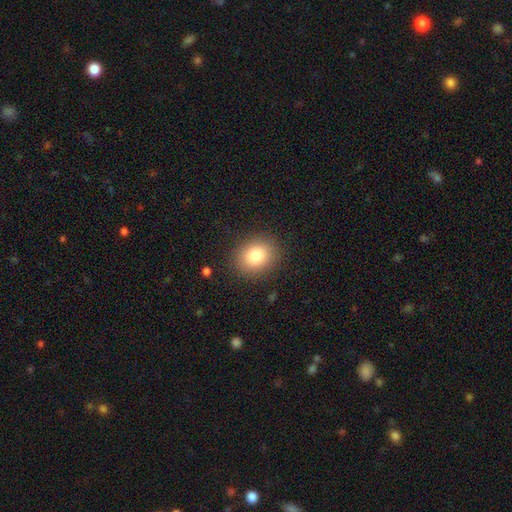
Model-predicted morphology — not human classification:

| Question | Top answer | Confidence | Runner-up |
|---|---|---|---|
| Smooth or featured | smooth | 82% | star or artifact (10%) |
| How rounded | round | 60% | in between (39%) |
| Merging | none | 87% | minor disturbance (8%) |